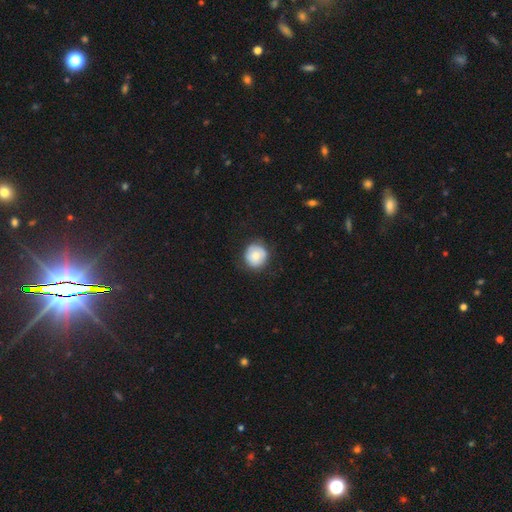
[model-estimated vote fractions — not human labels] smooth 75%, featured or disk 17%, star or artifact 8%. Down the decision tree: how rounded — round (92%); merging — none (80%).